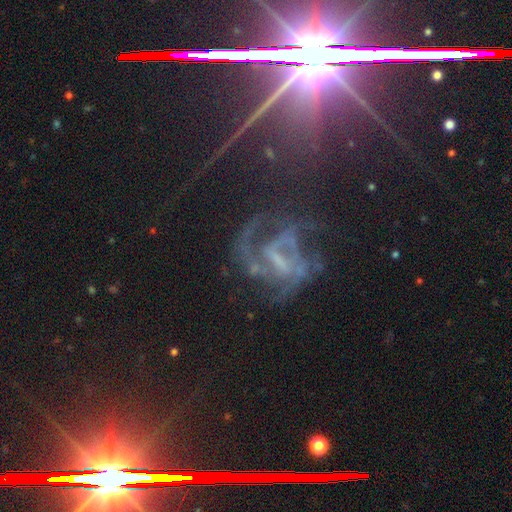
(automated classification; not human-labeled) Smooth or featured: featured or disk — 68% (star or artifact — 22%)
Edge-on disk: no — 96% (yes — 4%)
Bar: weak — 40% (strong — 32%)
Spiral arms: yes — 82% (no — 18%)
Spiral winding: medium — 48% (tight — 27%)
Spiral arm count: 2 — 36% (can't tell — 27%)
Bulge size: none — 45% (small — 30%)
Merging: none — 43% (major disturbance — 34%)